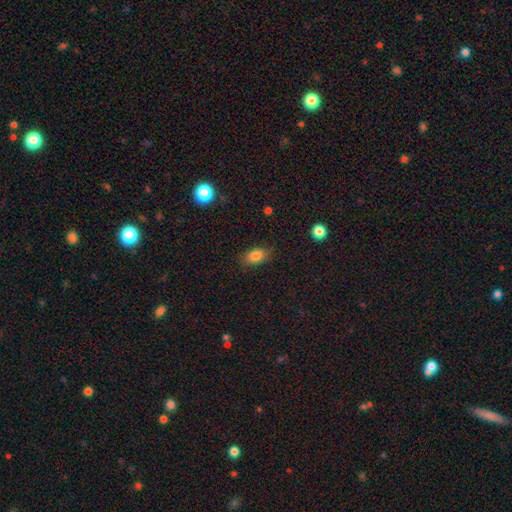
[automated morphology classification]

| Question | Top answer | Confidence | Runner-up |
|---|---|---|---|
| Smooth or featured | smooth | 83% | star or artifact (10%) |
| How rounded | in between | 85% | round (11%) |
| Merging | none | 80% | minor disturbance (15%) |